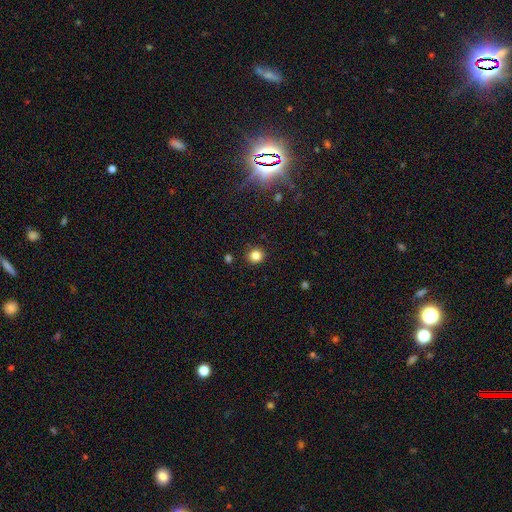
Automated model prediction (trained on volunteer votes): Smooth or featured? Predicted: smooth (p=0.83). How rounded? Predicted: round (p=0.90). Merging? Predicted: none (p=0.90).